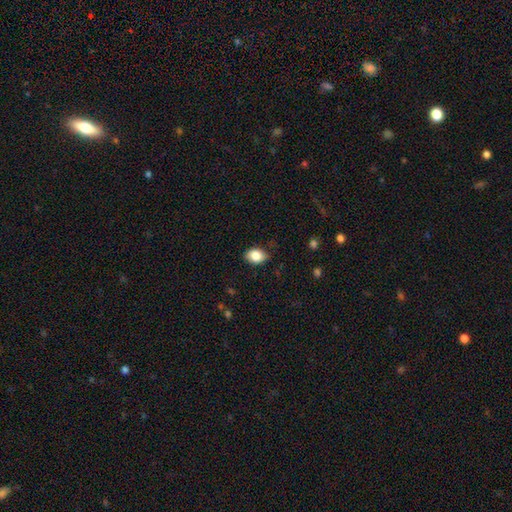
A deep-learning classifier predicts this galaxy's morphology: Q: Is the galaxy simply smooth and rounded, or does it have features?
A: smooth — 85%.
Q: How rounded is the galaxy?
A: in between — 76%.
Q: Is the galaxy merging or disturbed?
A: none — 80%.